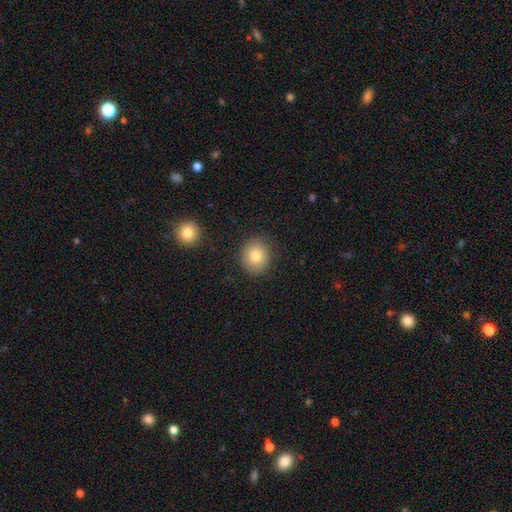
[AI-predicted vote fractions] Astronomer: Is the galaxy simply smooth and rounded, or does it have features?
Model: smooth — 79%.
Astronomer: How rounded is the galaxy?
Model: round — 84%.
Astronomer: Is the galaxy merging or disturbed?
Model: none — 86%.